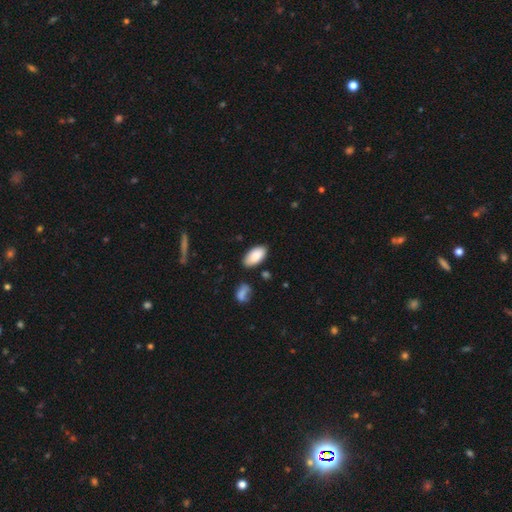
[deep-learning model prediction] This is clearly a smooth galaxy (88%). How rounded: clearly in between (94%). Merging: clearly none (80%).